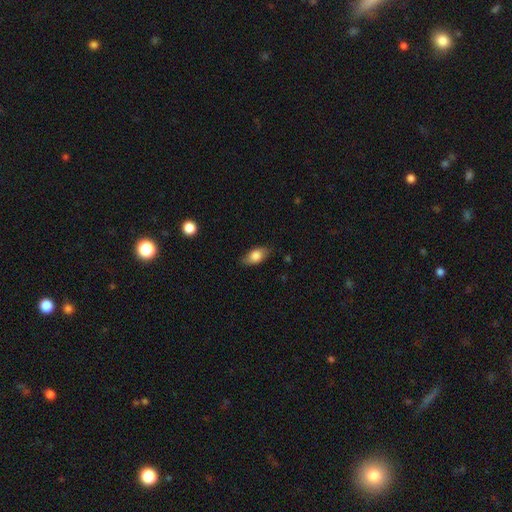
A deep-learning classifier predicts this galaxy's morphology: Smooth or featured? smooth (78%)
How rounded? in between (86%)
Merging? none (81%)